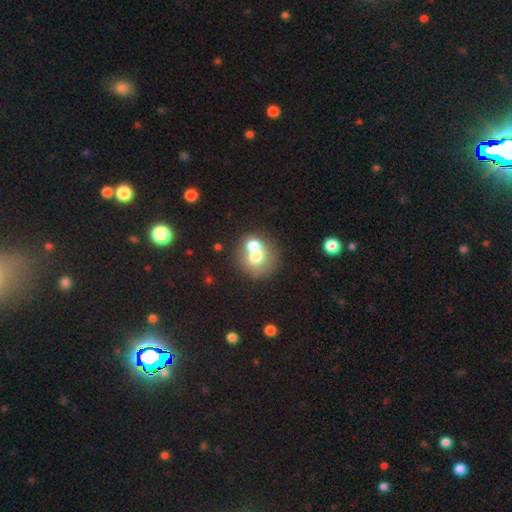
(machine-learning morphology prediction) This is likely a smooth galaxy (65%). How rounded: likely round (72%). Merging: possibly merger (59%).